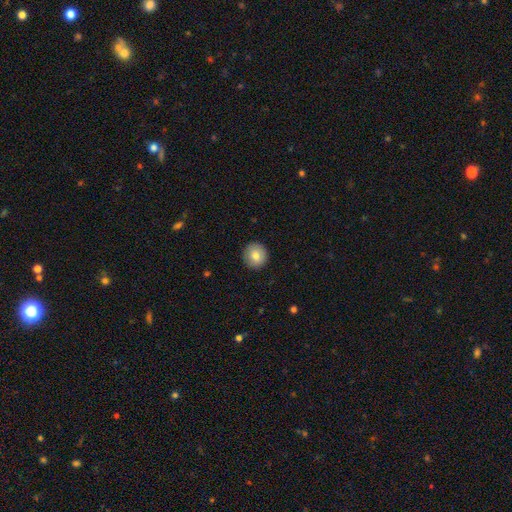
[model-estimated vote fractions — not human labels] Smooth or featured?
  - smooth: 80% *
  - featured or disk: 12%
  - star or artifact: 8%
How rounded?
  - round: 93% *
  - in between: 7%
  - cigar-shaped: 1%
Merging?
  - none: 90% *
  - minor disturbance: 7%
  - major disturbance: 2%
  - merger: 1%